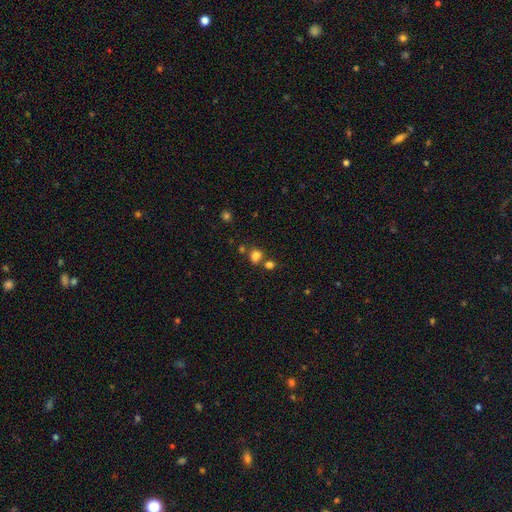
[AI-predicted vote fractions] smooth 78%, star or artifact 16%, featured or disk 6%. Down the decision tree: how rounded — in between (50%); merging — none (57%).